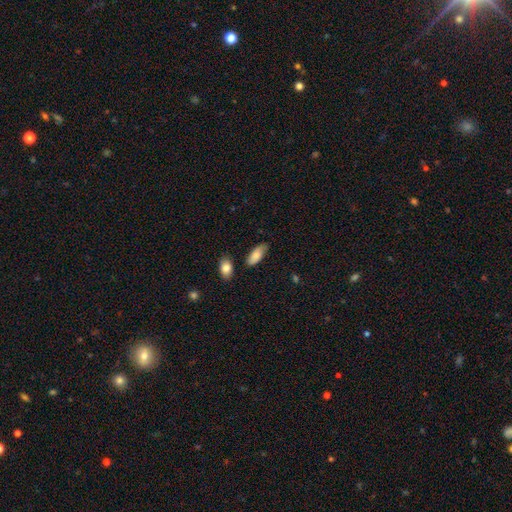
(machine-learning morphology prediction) Overall: smooth (80%). How rounded: in between (87%). Merging: none (70%).